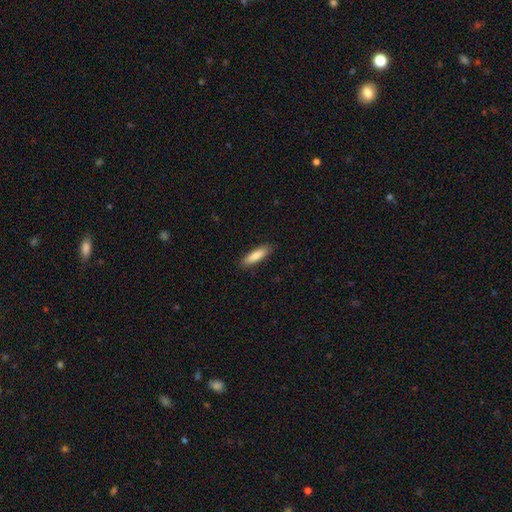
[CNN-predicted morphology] Q: Smooth or featured?
A: smooth (85%); runner-up: featured or disk (9%)
Q: How rounded?
A: cigar-shaped (61%); runner-up: in between (37%)
Q: Merging?
A: none (88%); runner-up: minor disturbance (9%)